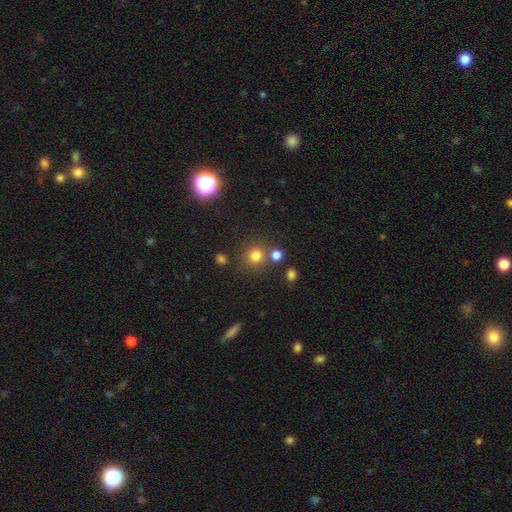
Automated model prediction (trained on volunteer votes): Overall: smooth (77%). How rounded: round (89%). Merging: none (72%).